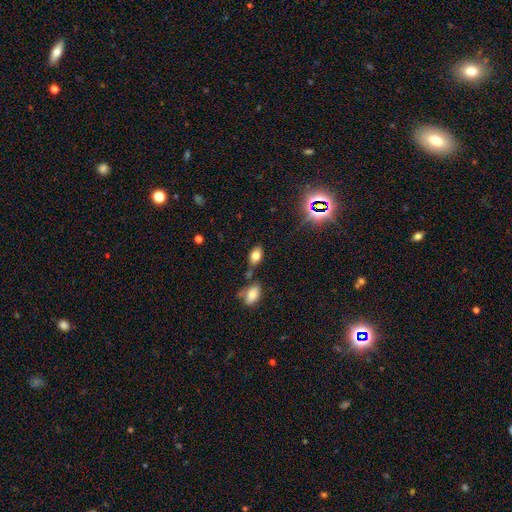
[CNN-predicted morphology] Smooth or featured: smooth — 75% (star or artifact — 13%)
How rounded: in between — 87% (round — 10%)
Merging: none — 70% (minor disturbance — 16%)